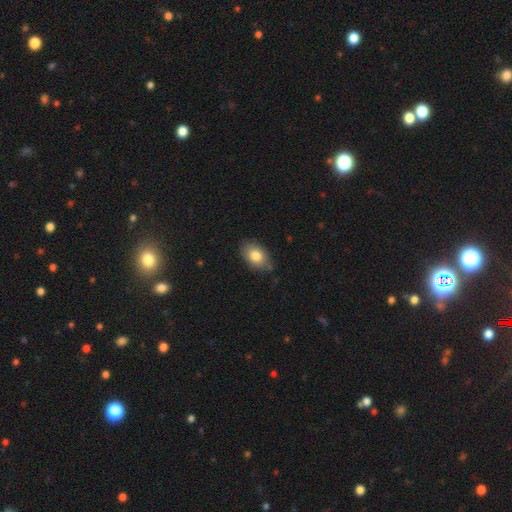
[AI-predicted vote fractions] Q: Smooth or featured?
A: smooth (82%); runner-up: featured or disk (11%)
Q: How rounded?
A: in between (85%); runner-up: round (14%)
Q: Merging?
A: none (78%); runner-up: minor disturbance (17%)